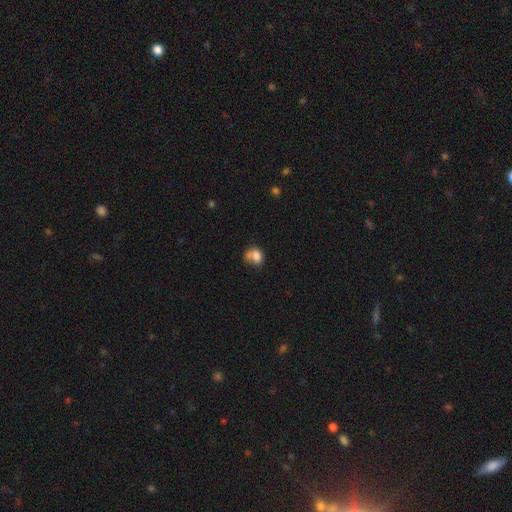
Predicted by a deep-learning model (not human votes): Morphology: type=smooth (76%); roundness=round (51%); merging=none (36%).